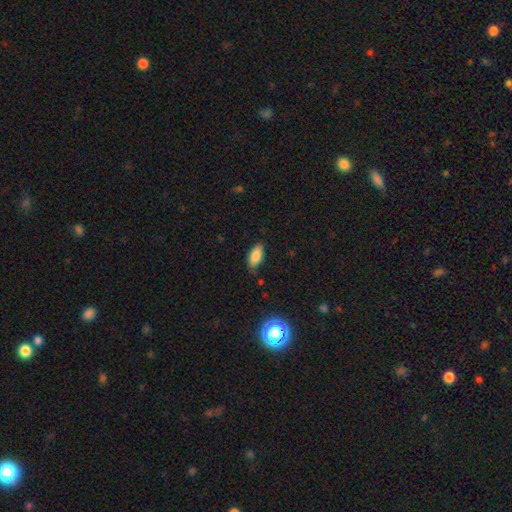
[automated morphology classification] Smooth or featured? smooth (82%)
How rounded? in between (88%)
Merging? none (79%)